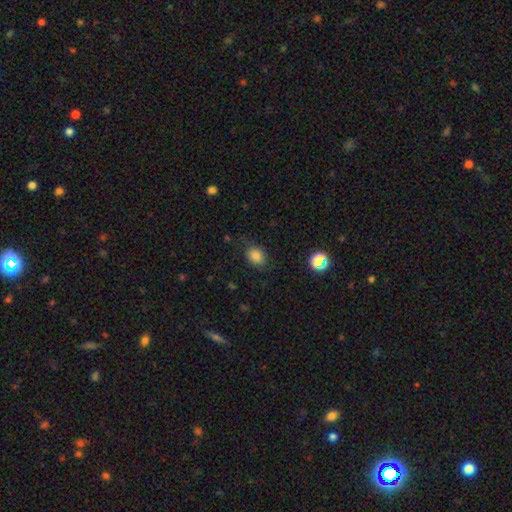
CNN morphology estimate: This is clearly a smooth galaxy (82%). How rounded: possibly in between (57%). Merging: likely none (73%).